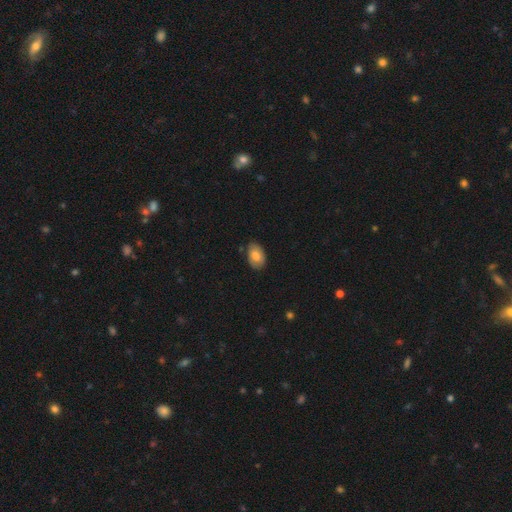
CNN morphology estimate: The model was most divided on "smooth or featured": smooth: 73%, featured or disk: 20%, star or artifact: 7%. More confident: how rounded — in between (89%); merging — none (81%).